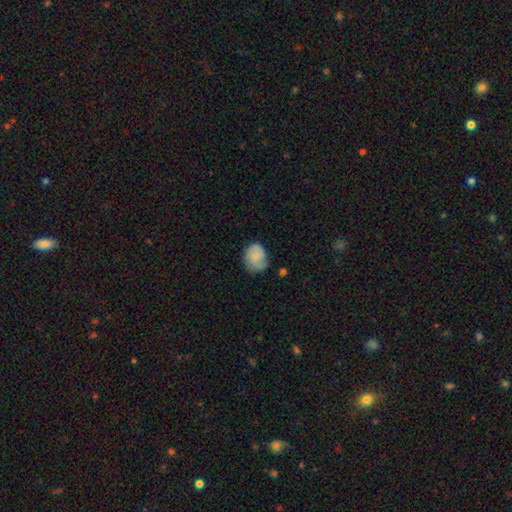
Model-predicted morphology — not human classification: A smooth galaxy with no disk features (63%) that is round (54%).

Vote fractions:
- Smooth or featured? smooth: 63% / featured or disk: 30% / star or artifact: 8%
- How rounded? round: 54% / in between: 45% / cigar-shaped: 1%
- Merging? none: 57% / minor disturbance: 30% / major disturbance: 10% / merger: 2%